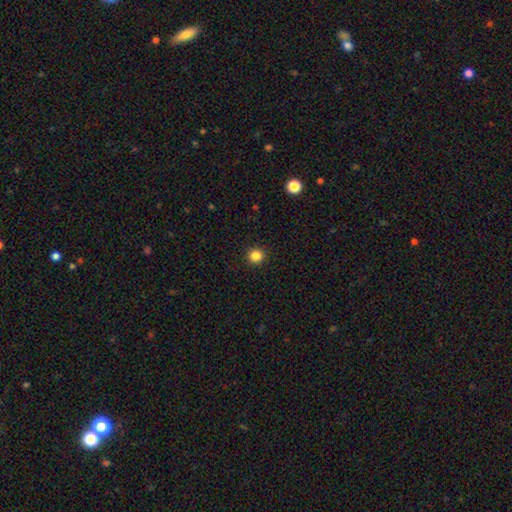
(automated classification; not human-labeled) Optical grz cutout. It shows a smooth galaxy with no disk features (85%) that is round (92%). Merging: none (93%).